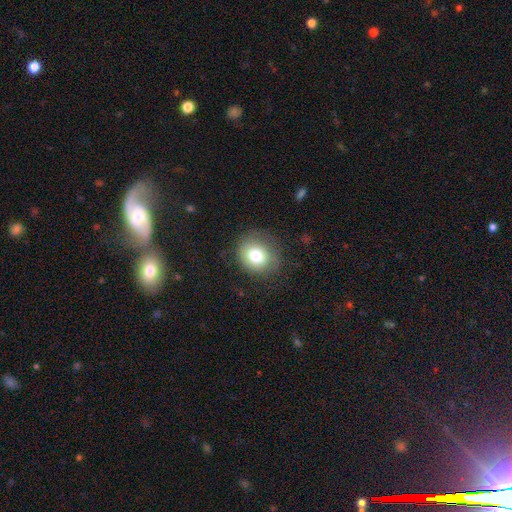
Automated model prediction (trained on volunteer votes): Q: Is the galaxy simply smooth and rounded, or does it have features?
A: smooth — 78%.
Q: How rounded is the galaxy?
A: round — 81%.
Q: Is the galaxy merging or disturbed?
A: none — 77%.